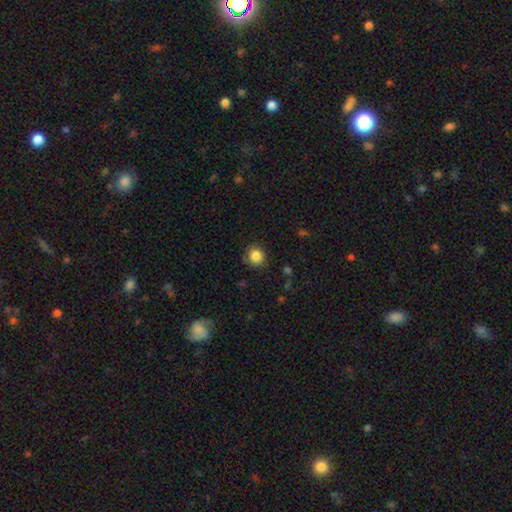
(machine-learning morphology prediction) Smooth or featured? smooth (85%)
How rounded? round (89%)
Merging? none (82%)